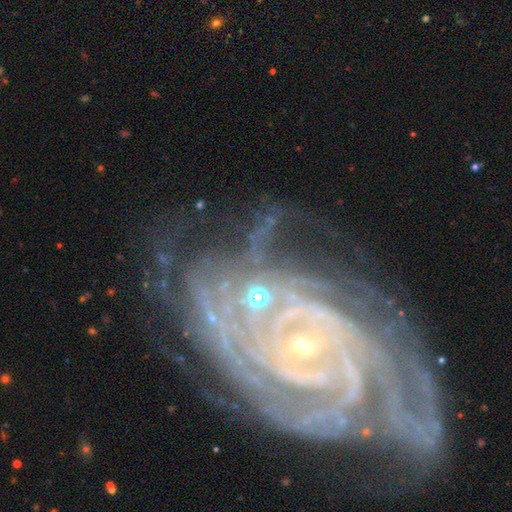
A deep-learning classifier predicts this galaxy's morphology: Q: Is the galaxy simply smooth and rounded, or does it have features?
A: featured or disk — 81%.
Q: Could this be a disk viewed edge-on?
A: no — 96%.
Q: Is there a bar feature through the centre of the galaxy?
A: no — 49%.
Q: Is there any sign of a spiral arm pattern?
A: yes — 96%.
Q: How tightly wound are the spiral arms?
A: tight — 68%.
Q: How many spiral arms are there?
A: can't tell — 22%.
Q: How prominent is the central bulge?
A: small — 73%.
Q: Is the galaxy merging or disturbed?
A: none — 55%.